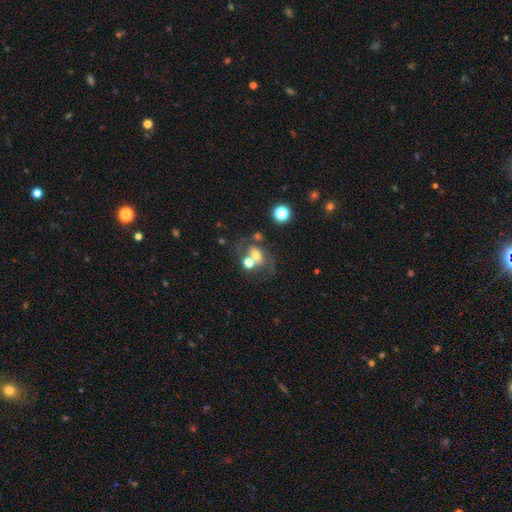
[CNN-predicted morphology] smooth-or-featured: smooth: 48% | featured or disk: 37% | star or artifact: 15%
  merging: merger: 37% | none: 36% | minor disturbance: 14% | major disturbance: 13%